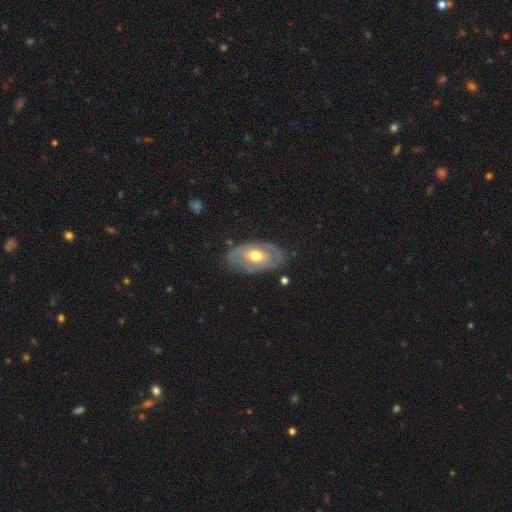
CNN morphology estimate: A featured or disk galaxy (62%) with no bar (81%), no spiral arms (58%) and a moderate central bulge (76%).

Vote fractions:
- Smooth or featured? featured or disk: 62% / smooth: 33% / star or artifact: 5%
- Edge-on disk? no: 91% / yes: 9%
- Bar? no: 81% / weak: 15% / strong: 4%
- Spiral arms? no: 58% / yes: 42%
- Bulge size? moderate: 76% / small: 12% / large: 11% / dominant: 1% / none: 1%
- Merging? none: 75% / minor disturbance: 18% / major disturbance: 5% / merger: 2%